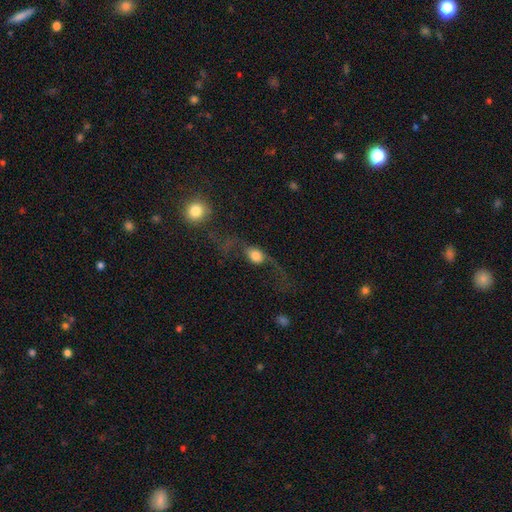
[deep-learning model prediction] Smooth or featured? smooth (50%)
How rounded? in between (50%)
Merging? major disturbance (48%)